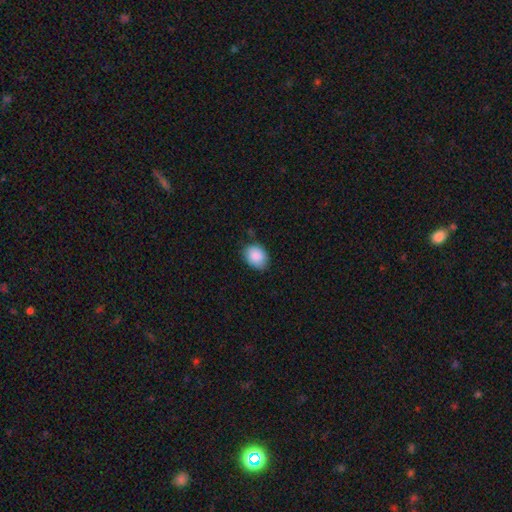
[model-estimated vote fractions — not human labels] smooth_or_featured: smooth (p=0.89) [alt: star or artifact p=0.07]
how_rounded: in between (p=0.60) [alt: round p=0.39]
merging: none (p=0.77) [alt: minor disturbance p=0.19]